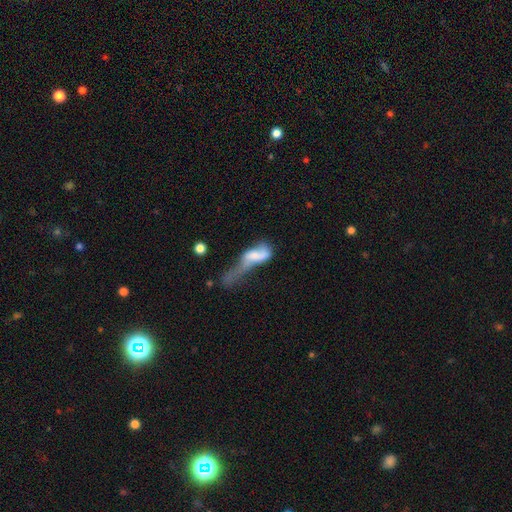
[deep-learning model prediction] Smooth or featured?
  - smooth: 56% *
  - featured or disk: 35%
  - star or artifact: 9%
How rounded?
  - in between: 72% *
  - cigar-shaped: 21%
  - round: 7%
Merging?
  - major disturbance: 55% *
  - merger: 23%
  - minor disturbance: 13%
  - none: 10%